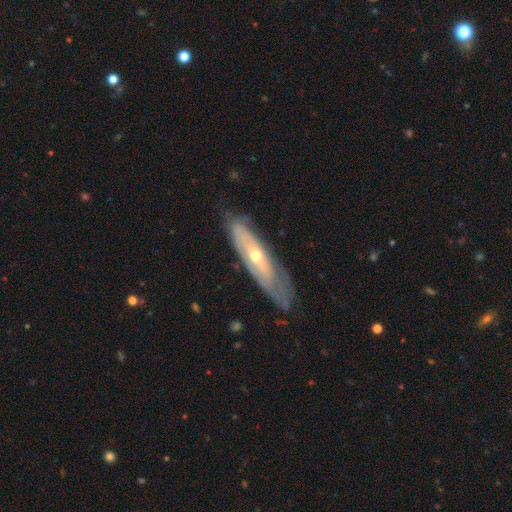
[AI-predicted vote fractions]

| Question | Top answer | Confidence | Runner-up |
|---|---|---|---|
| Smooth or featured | featured or disk | 67% | smooth (26%) |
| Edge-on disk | no | 61% | yes (39%) |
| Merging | none | 69% | minor disturbance (22%) |